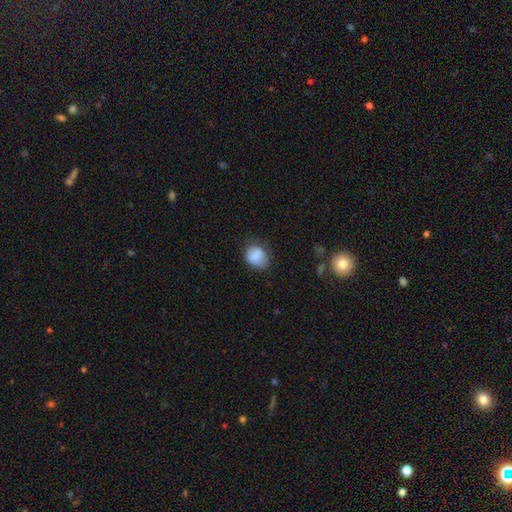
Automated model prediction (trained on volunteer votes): Smooth or featured: smooth — 83% (featured or disk — 9%)
How rounded: round — 55% (in between — 44%)
Merging: none — 62% (minor disturbance — 27%)